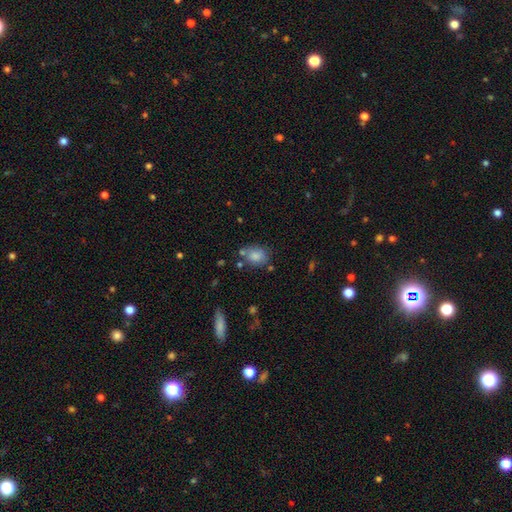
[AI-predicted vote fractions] Q: Smooth or featured?
A: smooth (82%); runner-up: star or artifact (9%)
Q: How rounded?
A: in between (55%); runner-up: round (44%)
Q: Merging?
A: none (65%); runner-up: minor disturbance (18%)